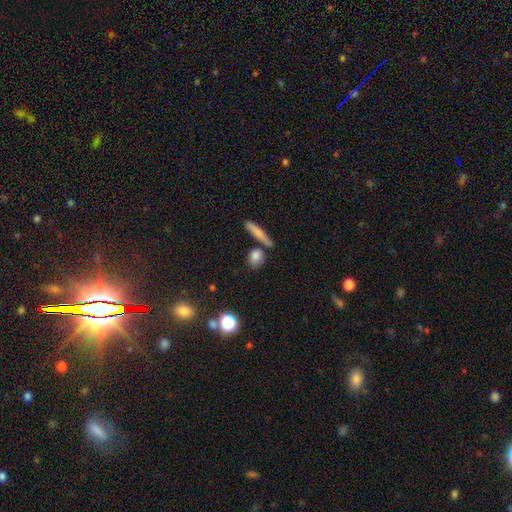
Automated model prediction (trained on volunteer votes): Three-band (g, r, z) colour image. It shows a smooth galaxy with no disk features (80%) that is round (49%). Merging: none (72%).